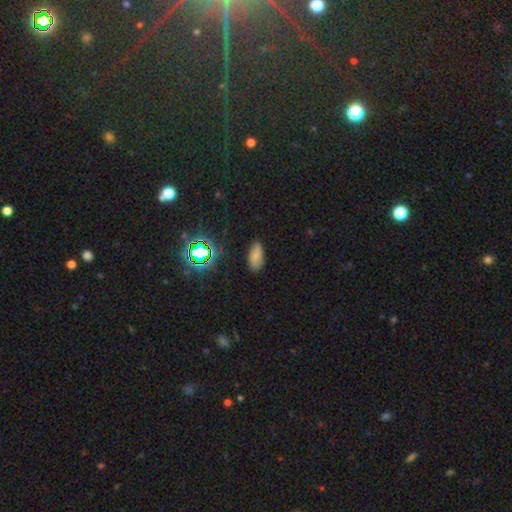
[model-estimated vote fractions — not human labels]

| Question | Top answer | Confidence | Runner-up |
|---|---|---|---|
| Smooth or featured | smooth | 71% | star or artifact (19%) |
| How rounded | in between | 91% | cigar-shaped (6%) |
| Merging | none | 78% | minor disturbance (17%) |